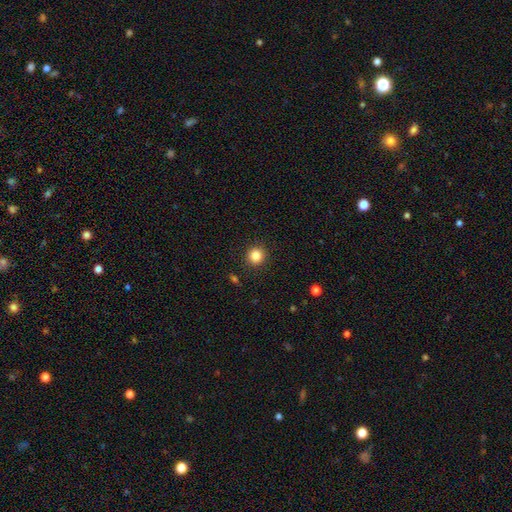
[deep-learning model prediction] Q: Smooth or featured?
A: smooth (84%); runner-up: star or artifact (11%)
Q: How rounded?
A: round (93%); runner-up: in between (6%)
Q: Merging?
A: none (92%); runner-up: minor disturbance (5%)